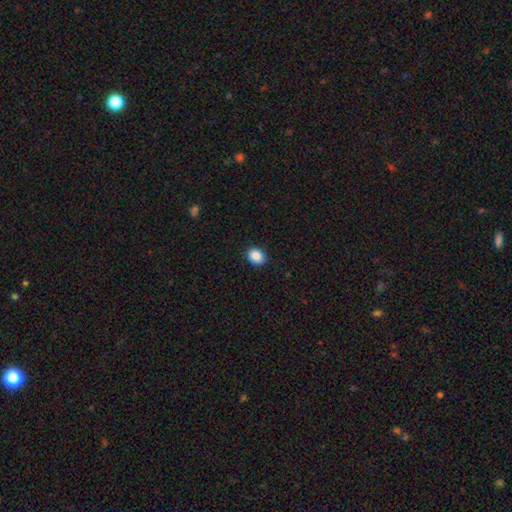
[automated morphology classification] Smooth or featured? Predicted: smooth (p=0.88). How rounded? Predicted: round (p=0.50). Merging? Predicted: none (p=0.89).